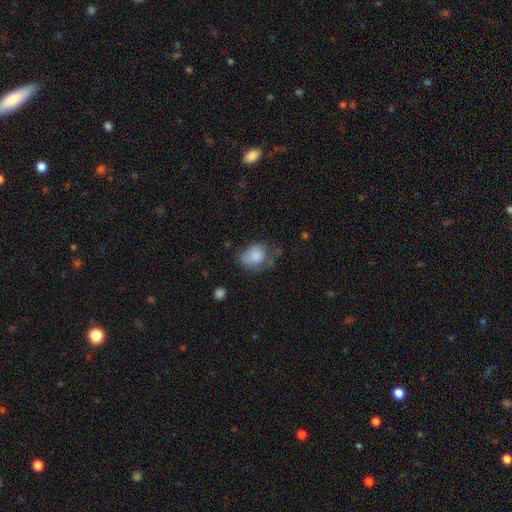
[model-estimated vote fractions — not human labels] Smooth or featured: smooth — 80% (featured or disk — 12%)
How rounded: in between — 61% (round — 38%)
Merging: none — 46% (minor disturbance — 34%)